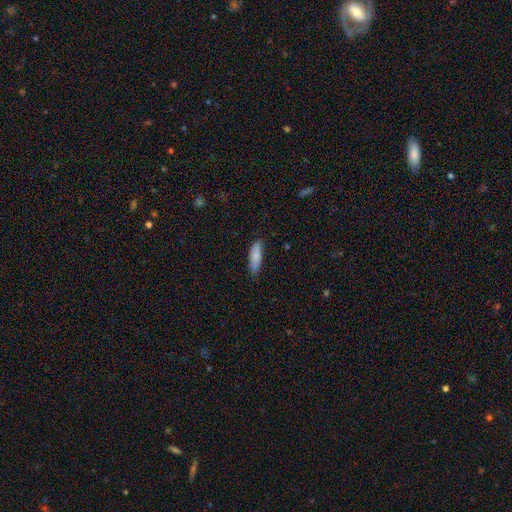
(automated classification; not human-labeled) Overall: smooth (85%). How rounded: in between (55%; cigar-shaped 43%). Merging: none (77%).